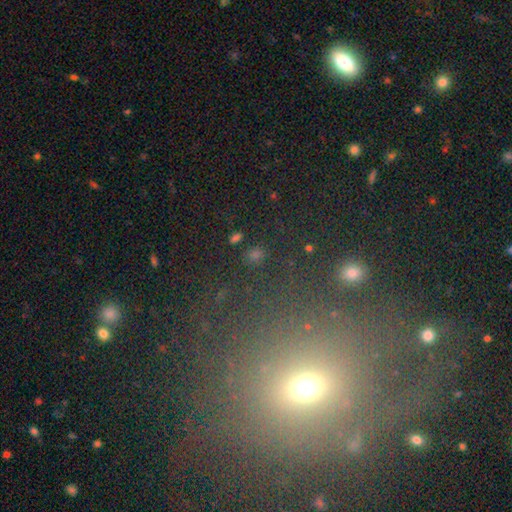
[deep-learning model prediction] Overall: smooth (64%; star or artifact 29%). How rounded: round (58%; in between 39%). Merging: none (83%).